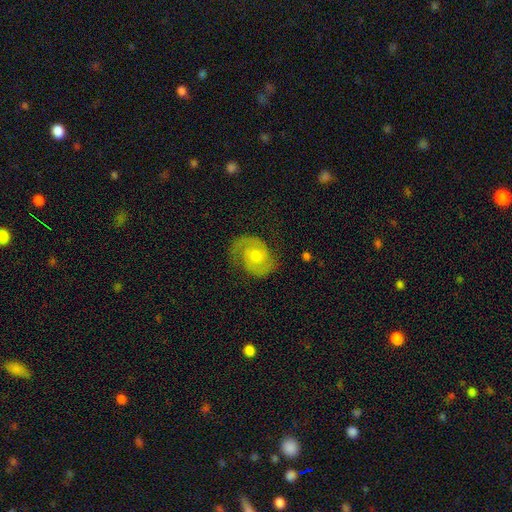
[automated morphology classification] This appears to be a featured or disk galaxy (86%) with no bar (66%), 2 (92%) medium (51%) spiral arms (97%) and a moderate central bulge (57%). Merging: none (79%).